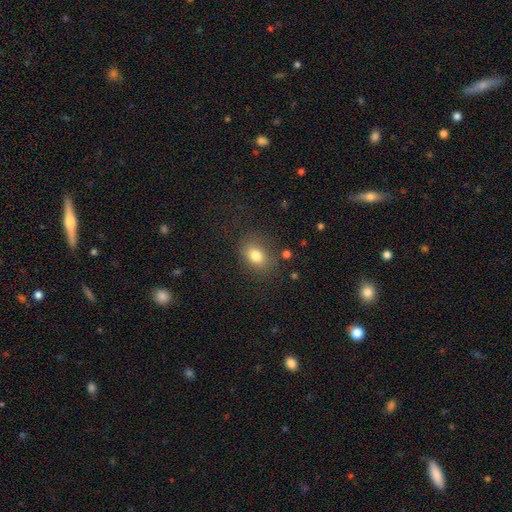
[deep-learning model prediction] Q: Smooth or featured?
A: smooth (80%); runner-up: star or artifact (11%)
Q: How rounded?
A: in between (67%); runner-up: round (32%)
Q: Merging?
A: none (77%); runner-up: minor disturbance (15%)